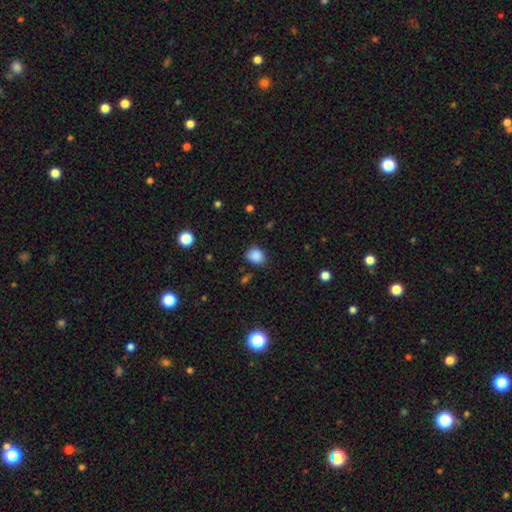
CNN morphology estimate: This is clearly a smooth galaxy (86%). How rounded: possibly round (59%). Merging: likely none (76%).